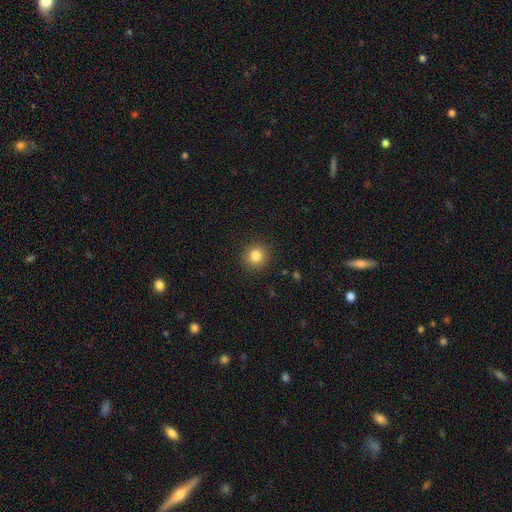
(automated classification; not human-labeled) This is clearly a smooth galaxy (83%). How rounded: clearly round (91%). Merging: clearly none (91%).